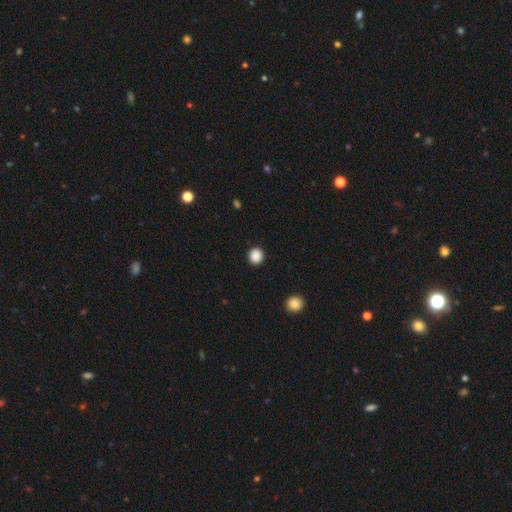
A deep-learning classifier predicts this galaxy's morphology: Smooth or featured? smooth (88%)
How rounded? round (90%)
Merging? none (92%)